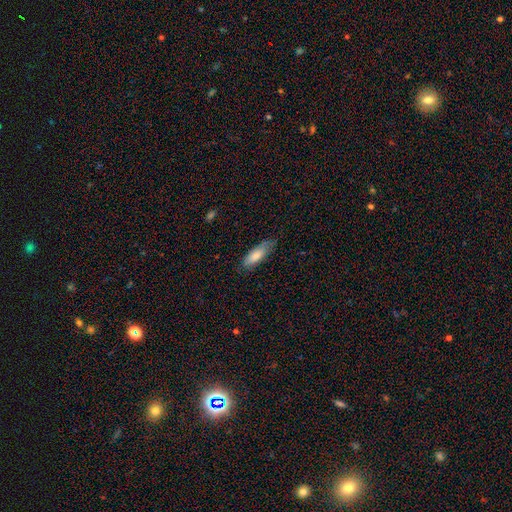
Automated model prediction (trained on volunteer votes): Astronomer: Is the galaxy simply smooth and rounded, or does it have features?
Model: smooth — 80%.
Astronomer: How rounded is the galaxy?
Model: in between — 65%.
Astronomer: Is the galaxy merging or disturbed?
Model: none — 67%.